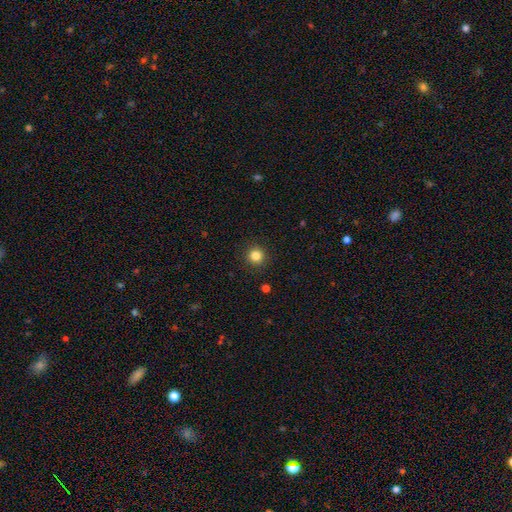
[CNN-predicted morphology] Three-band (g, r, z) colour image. It shows a smooth galaxy with no disk features (83%) that is round (95%). Merging: none (92%).